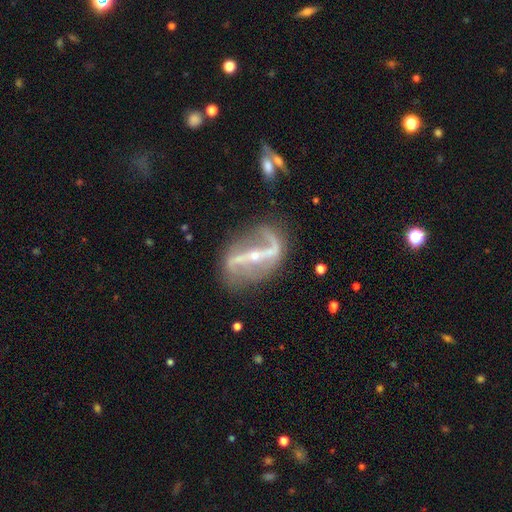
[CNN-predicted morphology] type=featured or disk (90%); edge-on=no (92%); bar=strong (77%); spiral arms=yes (90%); winding=loose (67%); arm count=2 (91%); bulge=small (78%); merging=none (72%).